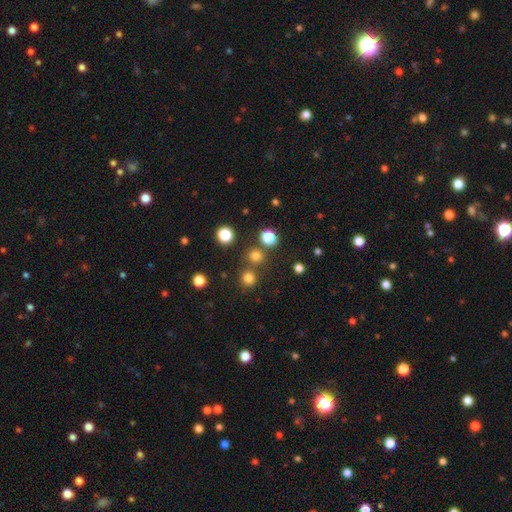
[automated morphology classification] A smooth galaxy with no disk features (74%) that is round (92%).

Vote fractions:
- Smooth or featured? smooth: 74% / star or artifact: 21% / featured or disk: 6%
- How rounded? round: 92% / in between: 7% / cigar-shaped: 1%
- Merging? none: 74% / merger: 16% / minor disturbance: 6% / major disturbance: 3%